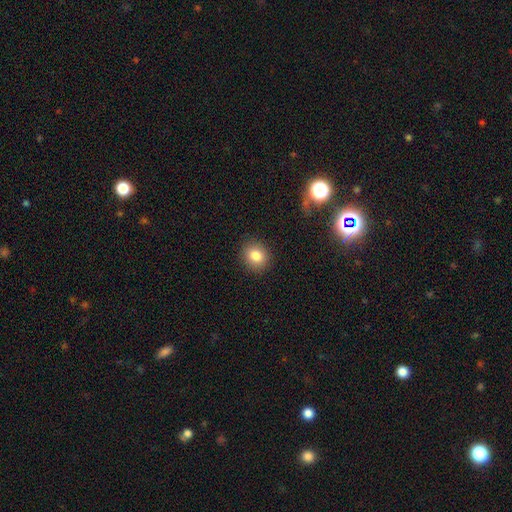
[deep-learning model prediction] This appears to be a smooth galaxy with no disk features (83%) that is round (72%). Merging: none (89%).